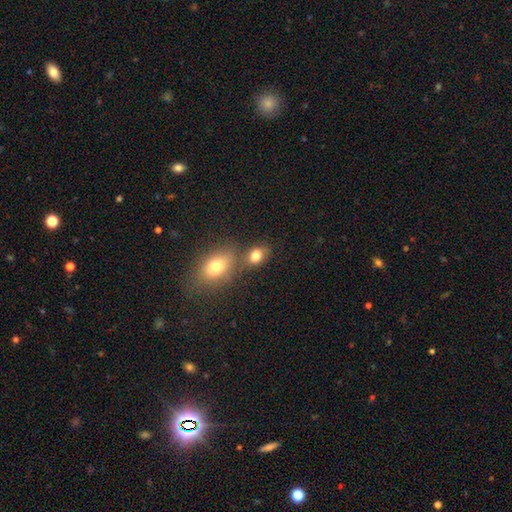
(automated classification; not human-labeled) Smooth or featured? smooth (79%)
How rounded? in between (67%)
Merging? none (57%)